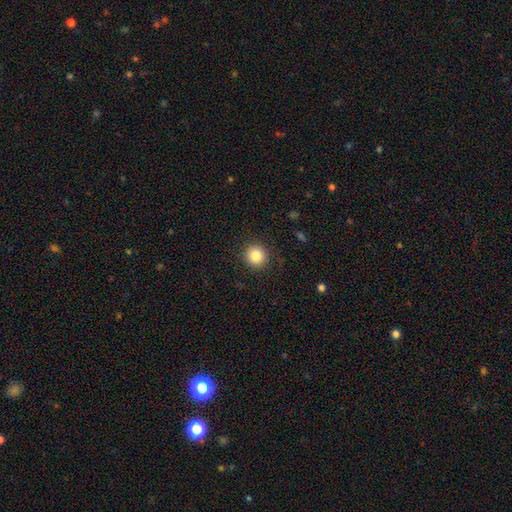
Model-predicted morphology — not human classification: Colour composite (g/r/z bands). It shows a smooth galaxy with no disk features (84%) that is round (93%). Merging: none (91%).